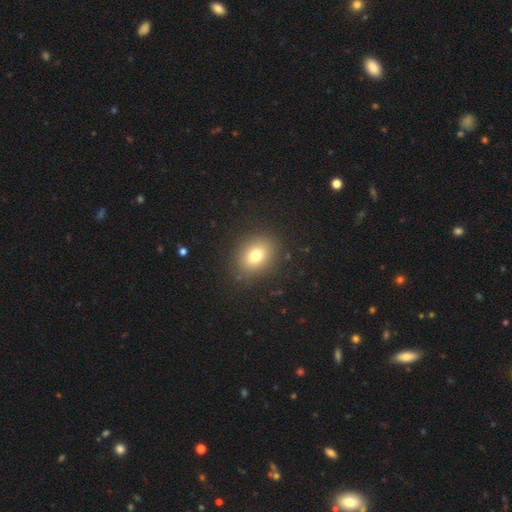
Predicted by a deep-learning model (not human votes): smooth 77%, star or artifact 12%, featured or disk 11%. Down the decision tree: how rounded — in between (51%); merging — none (87%).